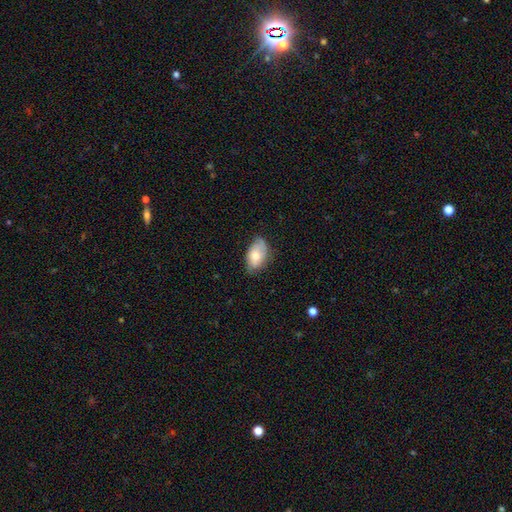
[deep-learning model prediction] Smooth or featured? smooth (64%)
How rounded? in between (92%)
Merging? none (61%)